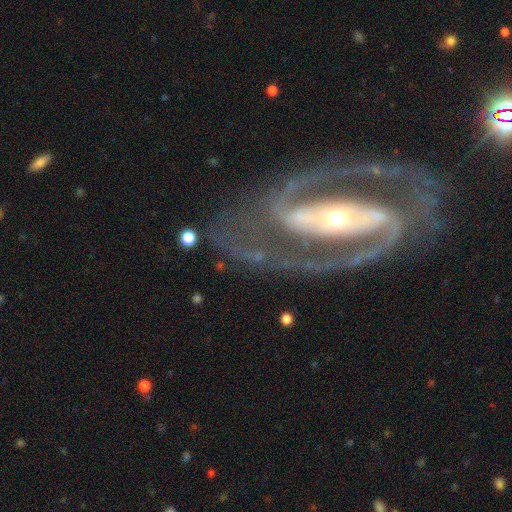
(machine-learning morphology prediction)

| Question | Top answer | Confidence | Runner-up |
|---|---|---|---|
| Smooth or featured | featured or disk | 90% | smooth (5%) |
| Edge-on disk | no | 95% | yes (5%) |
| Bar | strong | 61% | weak (22%) |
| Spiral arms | yes | 94% | no (6%) |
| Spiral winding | medium | 53% | tight (29%) |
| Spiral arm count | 2 | 90% | can't tell (3%) |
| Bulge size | moderate | 50% | small (42%) |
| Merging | none | 67% | major disturbance (15%) |